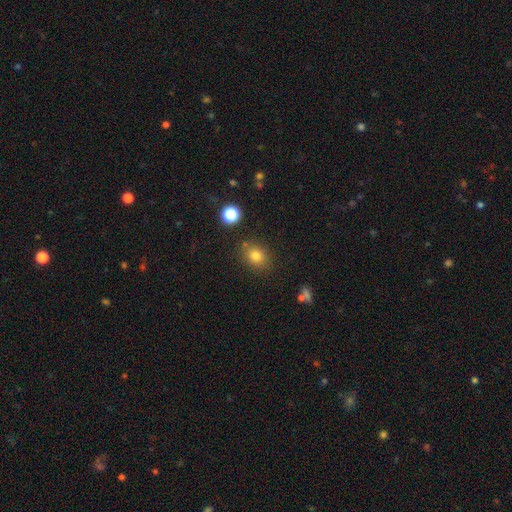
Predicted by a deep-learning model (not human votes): Smooth or featured? smooth (78%)
How rounded? round (59%)
Merging? none (80%)